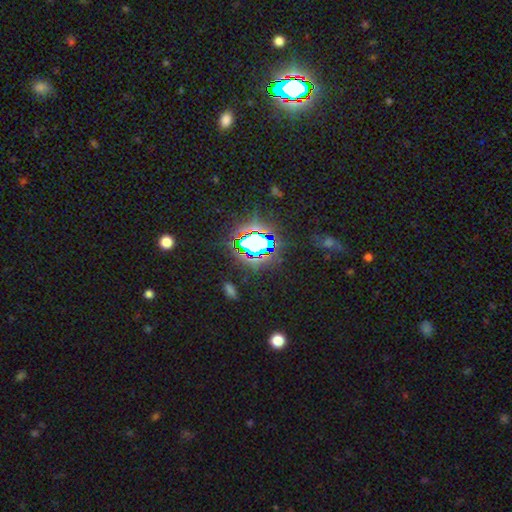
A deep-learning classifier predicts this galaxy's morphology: Smooth or featured? star or artifact (75%)